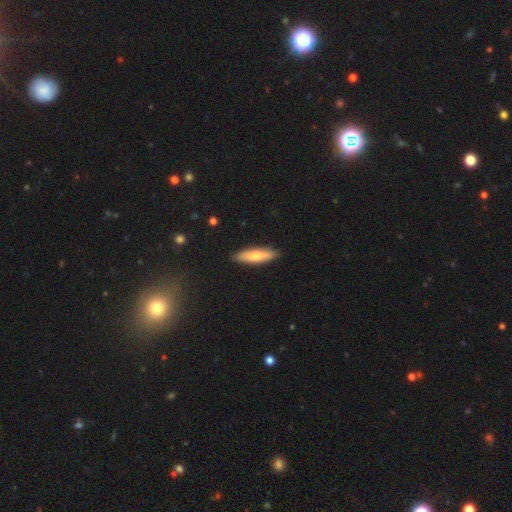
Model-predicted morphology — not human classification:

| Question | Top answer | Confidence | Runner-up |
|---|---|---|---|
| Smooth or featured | smooth | 73% | featured or disk (21%) |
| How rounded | cigar-shaped | 69% | in between (30%) |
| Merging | none | 88% | minor disturbance (9%) |